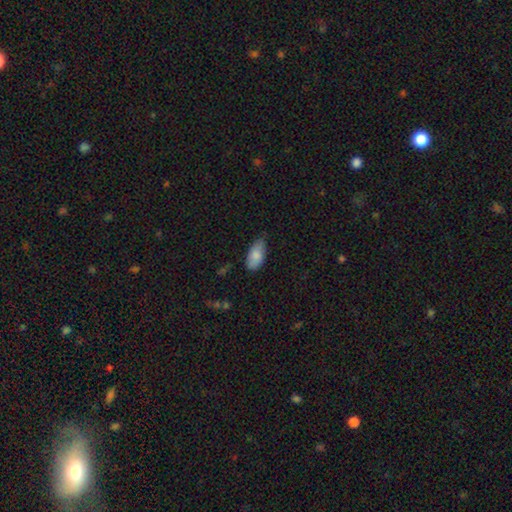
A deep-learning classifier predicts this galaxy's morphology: type=smooth (84%); roundness=in between (93%); merging=none (62%).